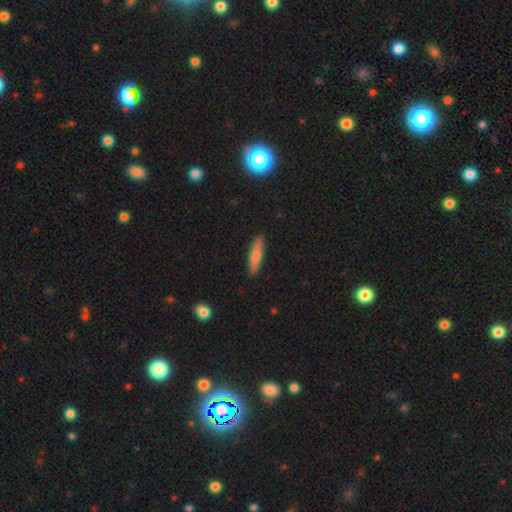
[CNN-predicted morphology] The model was most divided on "smooth or featured": smooth: 74%, featured or disk: 20%, star or artifact: 6%. More confident: merging — none (89%); how rounded — cigar-shaped (76%).